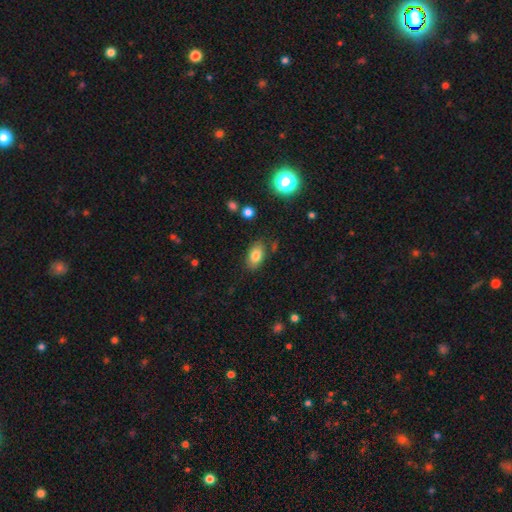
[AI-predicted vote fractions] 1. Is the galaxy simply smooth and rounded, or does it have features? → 80% smooth, 10% featured or disk, 9% star or artifact.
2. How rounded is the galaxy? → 90% in between, 8% round, 2% cigar-shaped.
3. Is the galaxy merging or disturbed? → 81% none, 13% minor disturbance, 3% major disturbance, 3% merger.